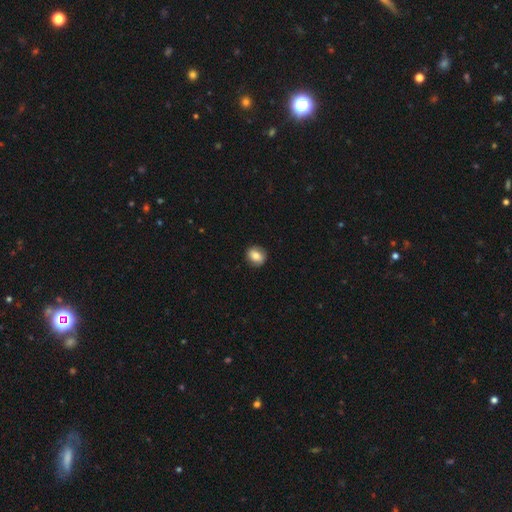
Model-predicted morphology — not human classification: smooth 80%, featured or disk 12%, star or artifact 9%. Down the decision tree: how rounded — round (63%); merging — none (87%).